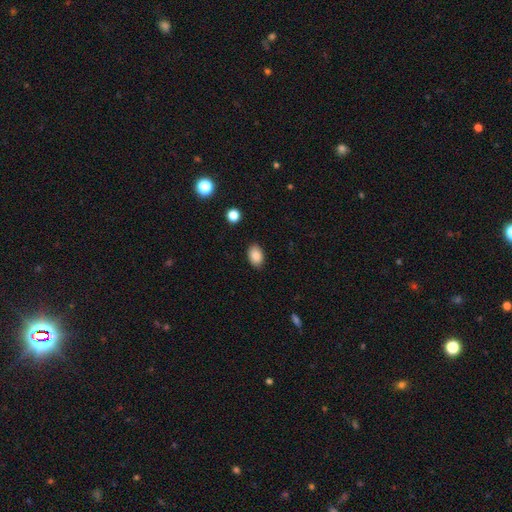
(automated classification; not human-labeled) A smooth galaxy with no disk features (87%) that is in between round and cigar-shaped (86%). Merging: none (87%).